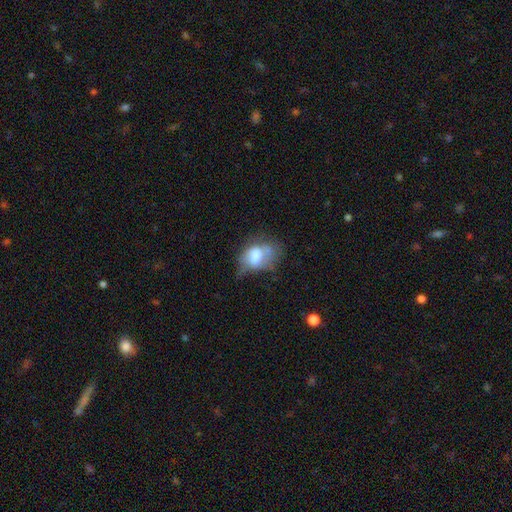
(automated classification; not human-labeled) Smooth or featured: smooth — 58% (featured or disk — 33%)
How rounded: in between — 80% (round — 18%)
Merging: minor disturbance — 34% (major disturbance — 30%)